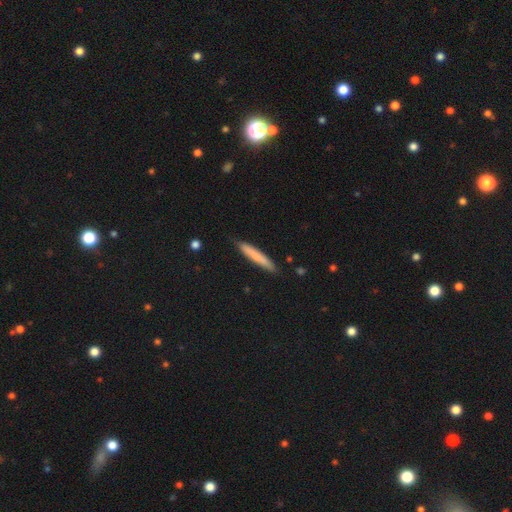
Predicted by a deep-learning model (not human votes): This appears to be a smooth galaxy with no disk features (75%) that is cigar-shaped (94%). Merging: none (85%).